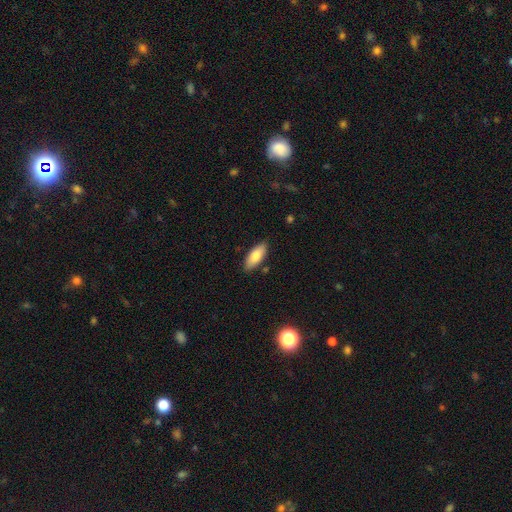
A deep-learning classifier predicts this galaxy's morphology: Smooth or featured?
  - smooth: 80% *
  - featured or disk: 14%
  - star or artifact: 6%
How rounded?
  - in between: 80% *
  - cigar-shaped: 18%
  - round: 2%
Merging?
  - none: 84% *
  - minor disturbance: 11%
  - major disturbance: 2%
  - merger: 2%